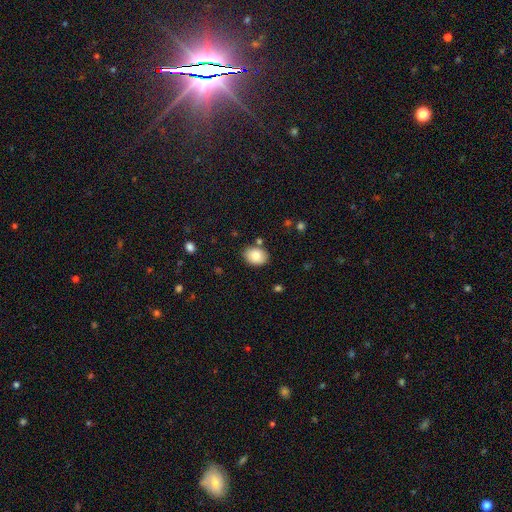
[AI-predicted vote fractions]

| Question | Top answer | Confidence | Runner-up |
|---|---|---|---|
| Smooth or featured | smooth | 83% | featured or disk (9%) |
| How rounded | in between | 70% | round (29%) |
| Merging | none | 82% | minor disturbance (11%) |